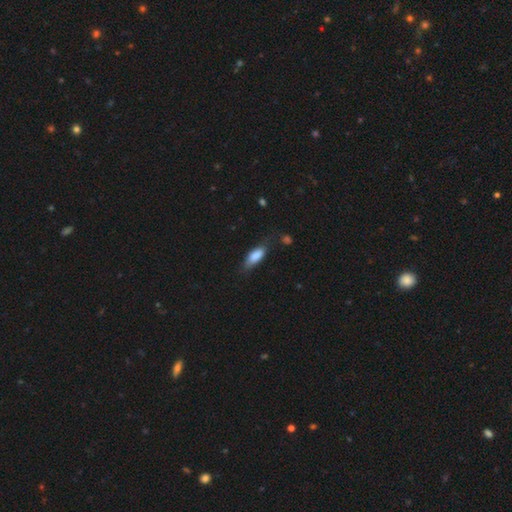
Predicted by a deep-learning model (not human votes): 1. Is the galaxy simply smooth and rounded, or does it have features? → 84% smooth, 10% featured or disk, 7% star or artifact.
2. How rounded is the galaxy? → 74% in between, 24% cigar-shaped, 2% round.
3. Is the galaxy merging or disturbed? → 60% none, 29% minor disturbance, 9% major disturbance, 3% merger.